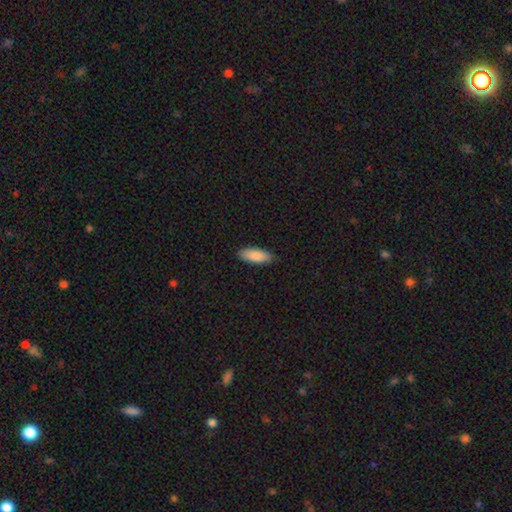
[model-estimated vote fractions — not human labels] The model was most divided on "how rounded": in between: 78%, cigar-shaped: 21%, round: 2%. More confident: smooth or featured — smooth (88%); merging — none (88%).